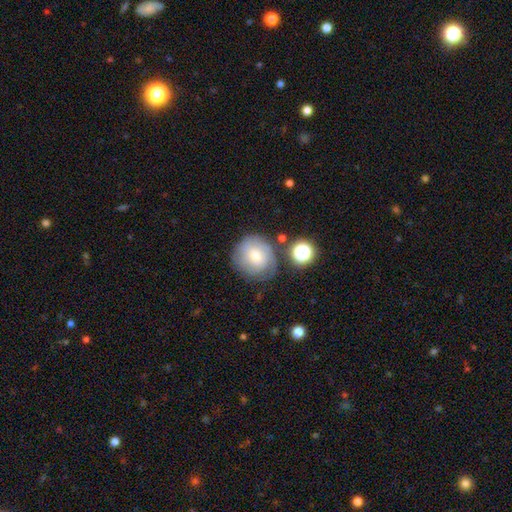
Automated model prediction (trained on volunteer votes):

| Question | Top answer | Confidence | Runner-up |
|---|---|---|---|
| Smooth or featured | featured or disk | 49% | smooth (41%) |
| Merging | none | 65% | minor disturbance (19%) |